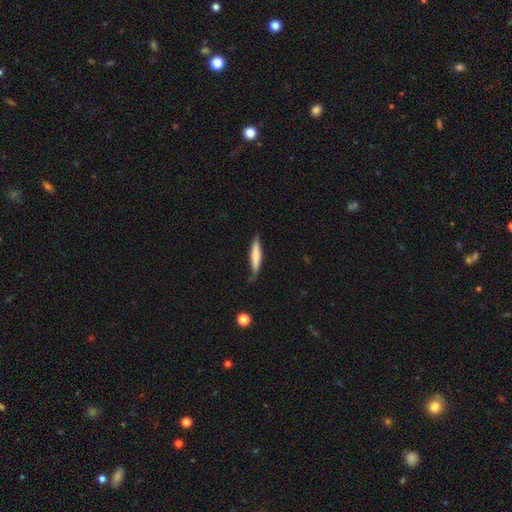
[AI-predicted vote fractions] Morphology: type=smooth (70%); roundness=cigar-shaped (86%); merging=none (60%).